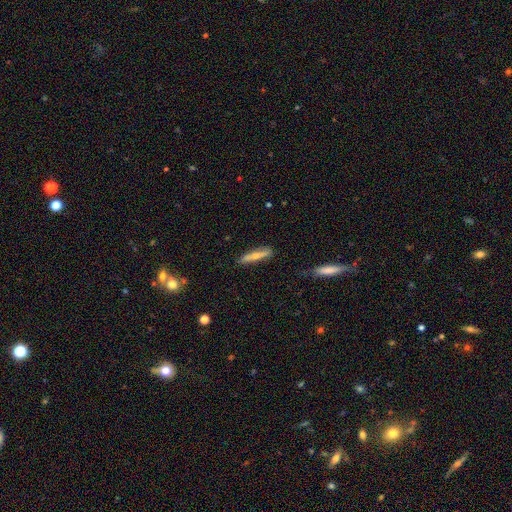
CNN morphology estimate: Smooth or featured? smooth (52%)
How rounded? cigar-shaped (86%)
Merging? none (81%)